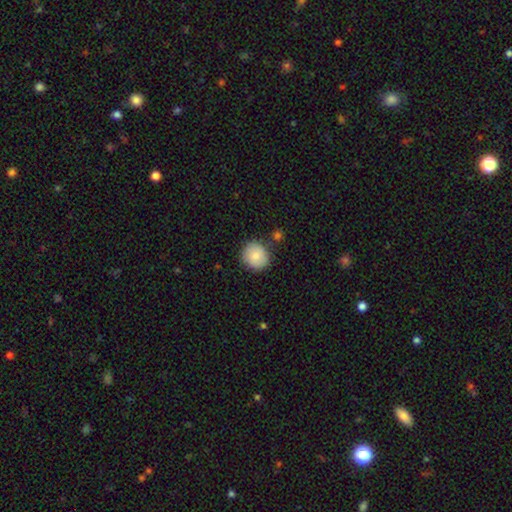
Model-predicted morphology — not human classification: Overall: smooth (83%). How rounded: round (89%). Merging: none (81%).